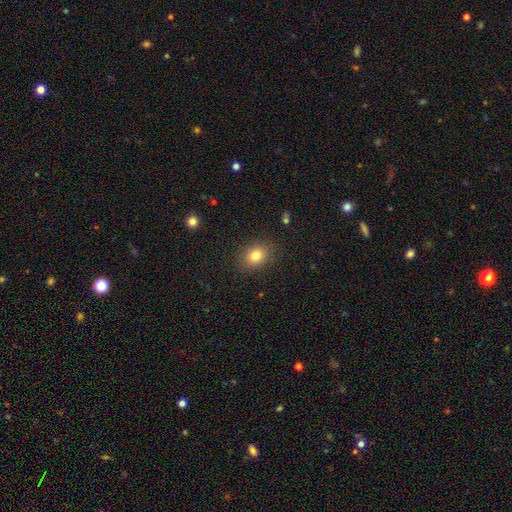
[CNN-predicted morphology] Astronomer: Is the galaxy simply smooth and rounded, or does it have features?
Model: smooth — 81%.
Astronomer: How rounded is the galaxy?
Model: in between — 54% (runner-up: round, 45%).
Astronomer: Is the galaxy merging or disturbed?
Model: none — 86%.